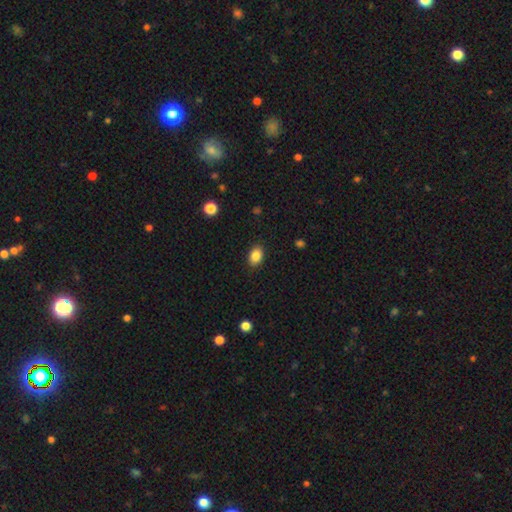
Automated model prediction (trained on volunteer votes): smooth 86%, star or artifact 9%, featured or disk 5%. Down the decision tree: how rounded — in between (81%); merging — none (88%).